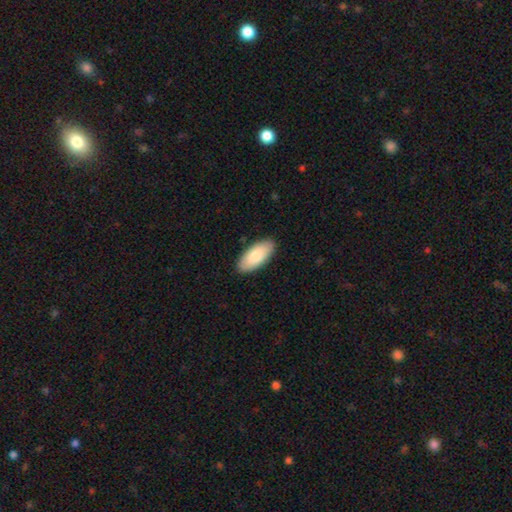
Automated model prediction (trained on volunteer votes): Overall: smooth (83%). How rounded: in between (91%). Merging: none (89%).